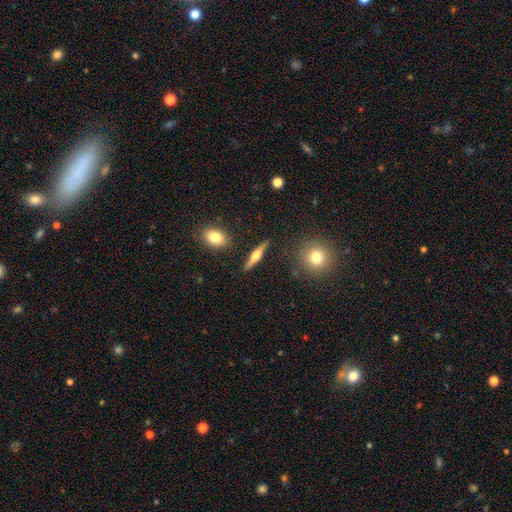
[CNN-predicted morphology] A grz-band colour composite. It shows a featured or disk galaxy (65%) viewed edge-on (95%) with a rounded central bulge (92%). Merging: none (86%).